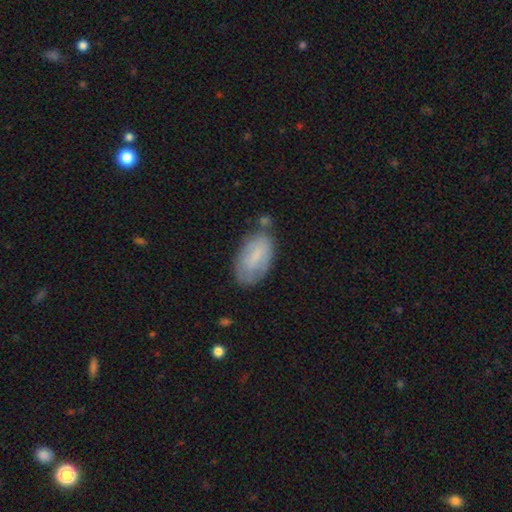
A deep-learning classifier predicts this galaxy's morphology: Smooth or featured? smooth (66%)
How rounded? in between (93%)
Merging? none (57%)